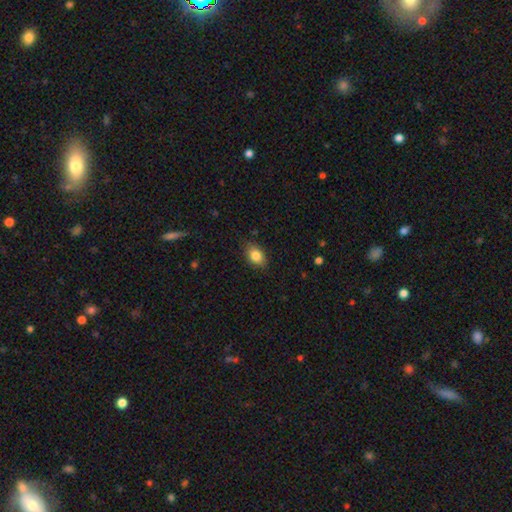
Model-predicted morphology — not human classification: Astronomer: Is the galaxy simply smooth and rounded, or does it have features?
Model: smooth — 84%.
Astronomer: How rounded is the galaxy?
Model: in between — 81%.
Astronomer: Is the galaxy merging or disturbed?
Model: none — 80%.